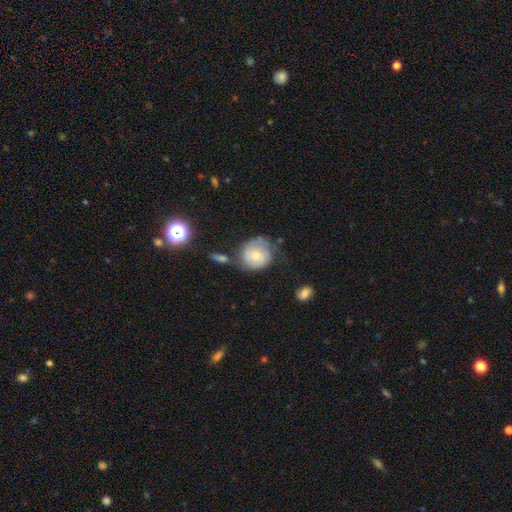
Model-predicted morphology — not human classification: Smooth or featured?
  - featured or disk: 50% *
  - smooth: 42%
  - star or artifact: 8%
Merging?
  - none: 47% *
  - minor disturbance: 26%
  - major disturbance: 15%
  - merger: 11%